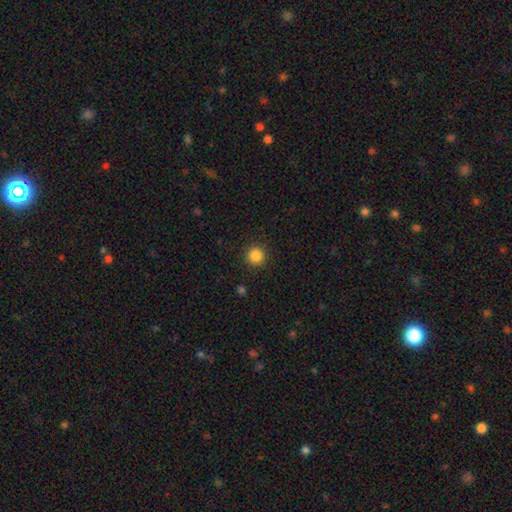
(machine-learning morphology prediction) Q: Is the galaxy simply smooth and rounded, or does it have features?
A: smooth — 85%.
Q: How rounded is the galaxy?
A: round — 95%.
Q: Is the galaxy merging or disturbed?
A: none — 92%.